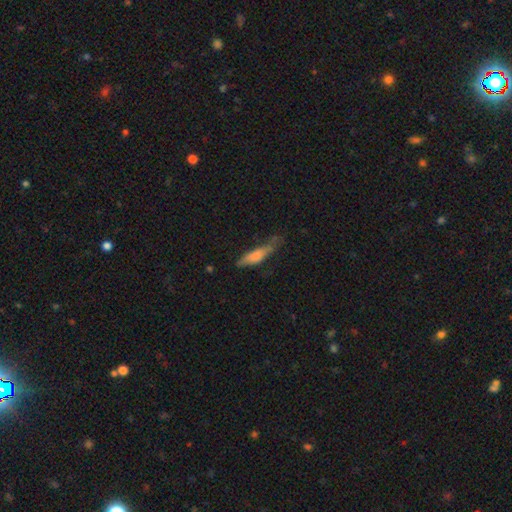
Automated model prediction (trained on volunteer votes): Morphology: type=smooth (68%); roundness=cigar-shaped (67%); merging=none (48%).